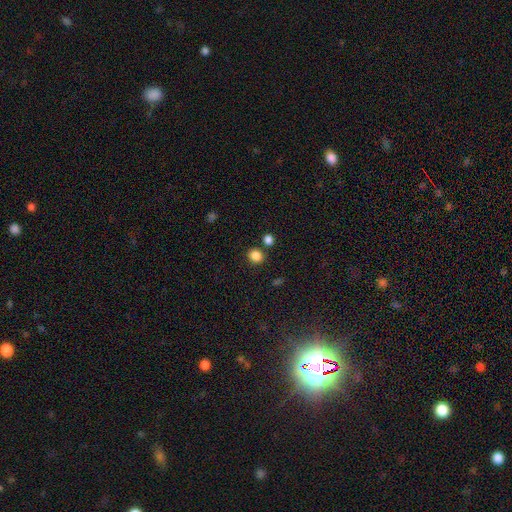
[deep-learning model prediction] Smooth or featured? Predicted: smooth (p=0.85). How rounded? Predicted: round (p=0.77). Merging? Predicted: none (p=0.79).